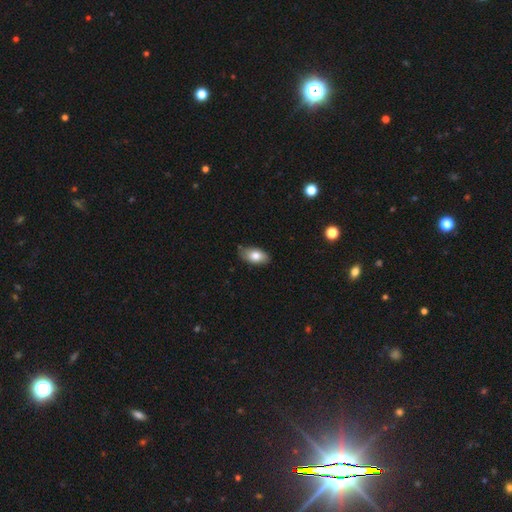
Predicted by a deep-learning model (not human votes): Overall: smooth (78%). How rounded: in between (92%). Merging: none (81%).